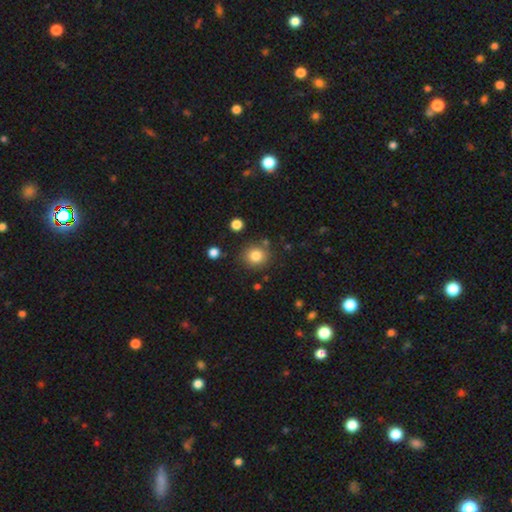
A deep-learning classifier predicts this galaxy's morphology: Smooth or featured? Predicted: smooth (p=0.82). How rounded? Predicted: round (p=0.87). Merging? Predicted: none (p=0.83).